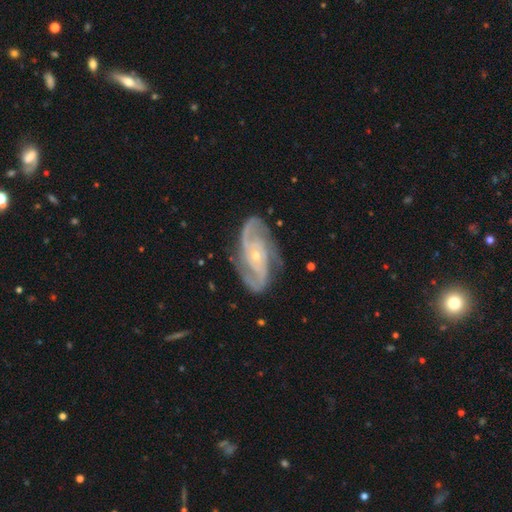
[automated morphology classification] Smooth or featured: featured or disk — 91% (star or artifact — 5%)
Edge-on disk: no — 96% (yes — 4%)
Bar: no — 66% (weak — 23%)
Spiral arms: yes — 98% (no — 2%)
Spiral winding: medium — 47% (tight — 41%)
Spiral arm count: 2 — 71% (3 — 13%)
Bulge size: small — 75% (moderate — 22%)
Merging: none — 77% (minor disturbance — 16%)